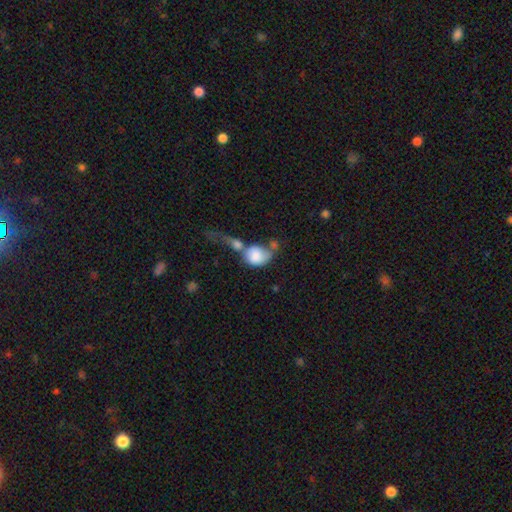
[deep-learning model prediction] Smooth or featured? Predicted: smooth (p=0.73). How rounded? Predicted: in between (p=0.53). Merging? Predicted: merger (p=0.57).